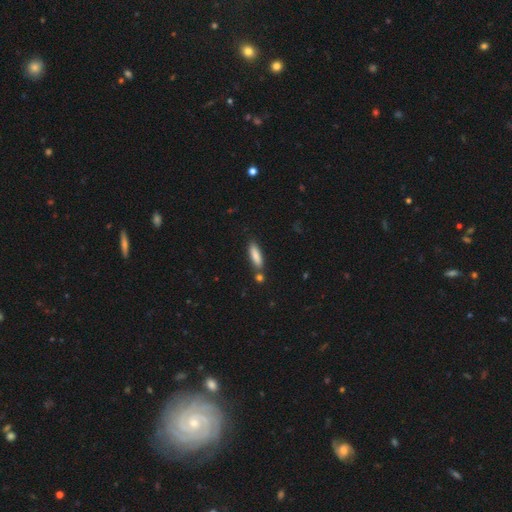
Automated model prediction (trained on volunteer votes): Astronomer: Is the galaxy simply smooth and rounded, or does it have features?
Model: smooth — 84%.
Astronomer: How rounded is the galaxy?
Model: cigar-shaped — 61% (runner-up: in between, 38%).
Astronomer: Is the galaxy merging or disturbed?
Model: none — 77%.